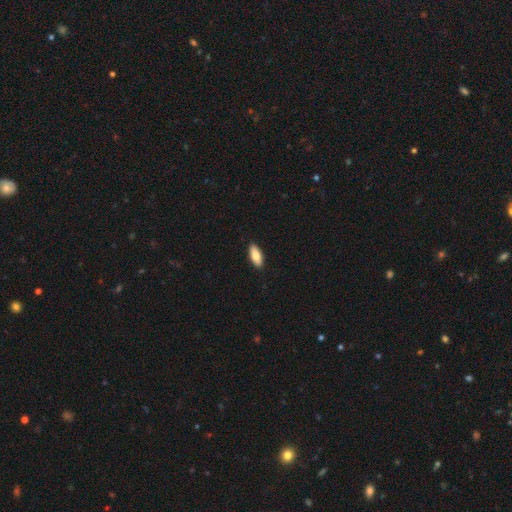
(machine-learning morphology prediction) This is likely a smooth galaxy (77%). How rounded: clearly in between (83%). Merging: clearly none (91%).